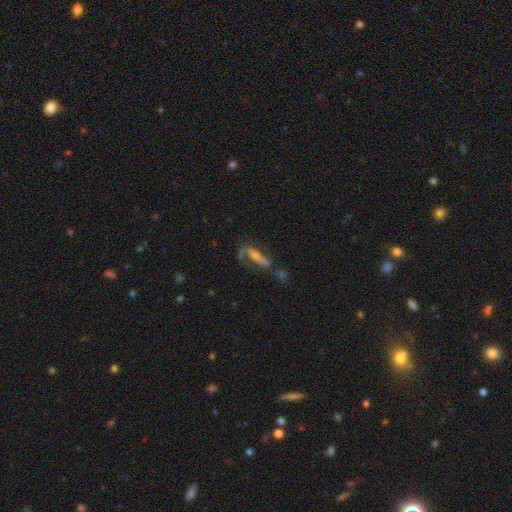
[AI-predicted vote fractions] This appears to be a featured or disk galaxy (75%) with no bar (38%), 2 (67%) loose (47%) spiral arms (87%) and a small central bulge (46%). Merging: none (46%).